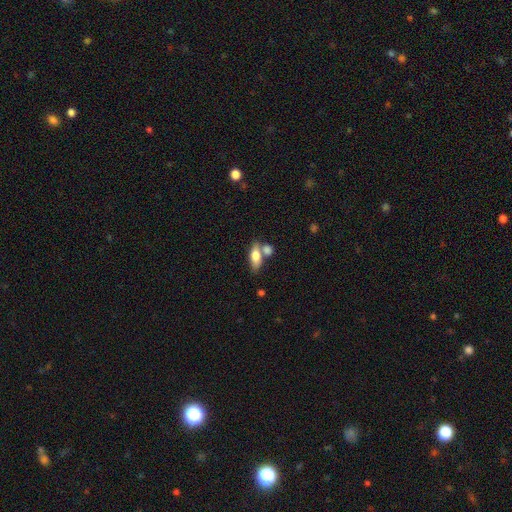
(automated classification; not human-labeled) This appears to be a smooth galaxy with no disk features (70%) that is in between round and cigar-shaped (76%). Merging: none (47%).